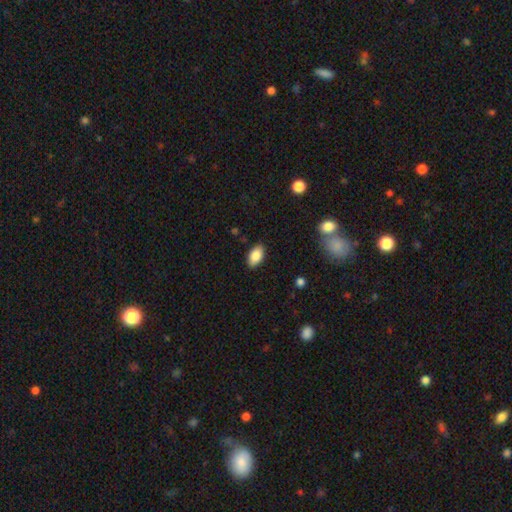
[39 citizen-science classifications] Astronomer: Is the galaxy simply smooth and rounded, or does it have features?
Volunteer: smooth — 82%.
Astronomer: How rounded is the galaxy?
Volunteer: in between — 94%.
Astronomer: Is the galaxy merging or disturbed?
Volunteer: none — 81%.